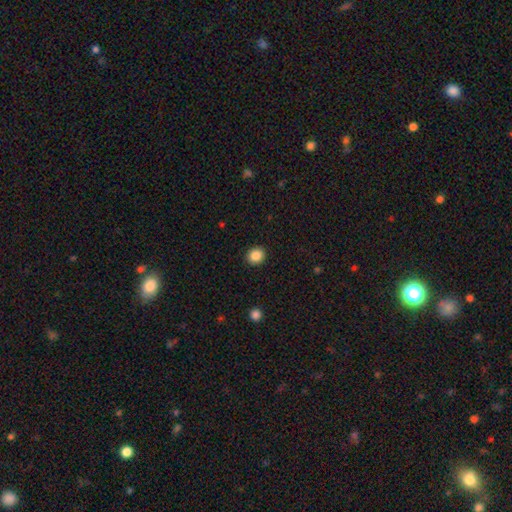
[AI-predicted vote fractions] A smooth galaxy with no disk features (87%) that is round (72%).

Vote fractions:
- Smooth or featured? smooth: 87% / star or artifact: 9% / featured or disk: 3%
- How rounded? round: 72% / in between: 27% / cigar-shaped: 1%
- Merging? none: 92% / minor disturbance: 6% / major disturbance: 2% / merger: 1%